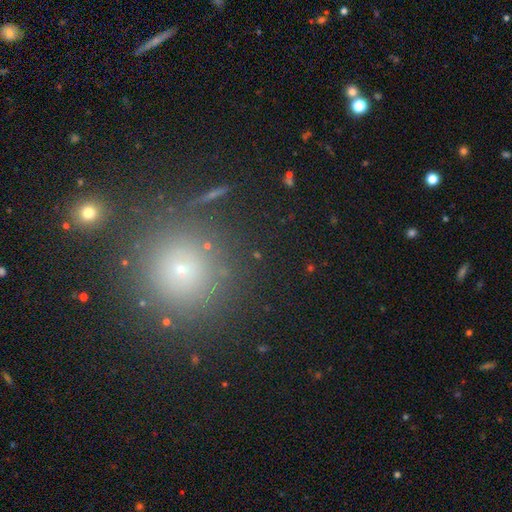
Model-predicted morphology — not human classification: smooth_or_featured: smooth (p=0.53) [alt: star or artifact p=0.37]
how_rounded: round (p=0.93) [alt: in between p=0.05]
merging: none (p=0.86) [alt: minor disturbance p=0.08]